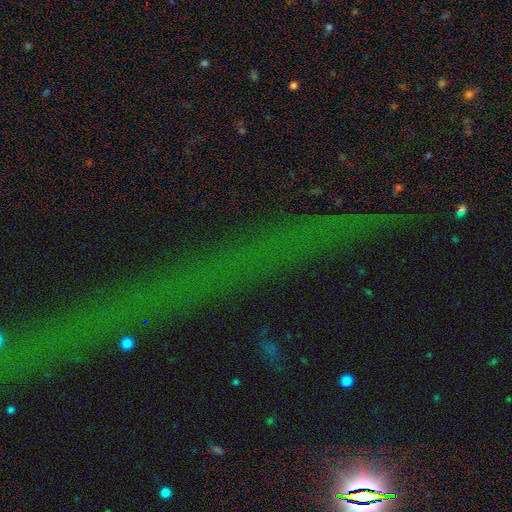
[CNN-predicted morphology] A star or artifact, not a galaxy (75%).

Vote fractions:
- Smooth or featured? star or artifact: 75% / featured or disk: 14% / smooth: 11%